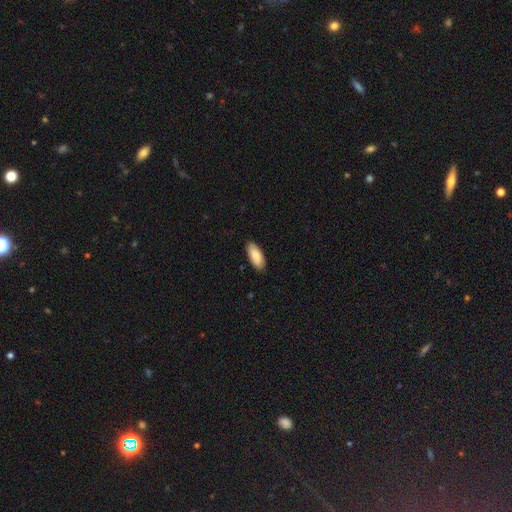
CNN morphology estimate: Q: Smooth or featured?
A: smooth (87%); runner-up: featured or disk (8%)
Q: How rounded?
A: in between (81%); runner-up: cigar-shaped (17%)
Q: Merging?
A: none (89%); runner-up: minor disturbance (9%)